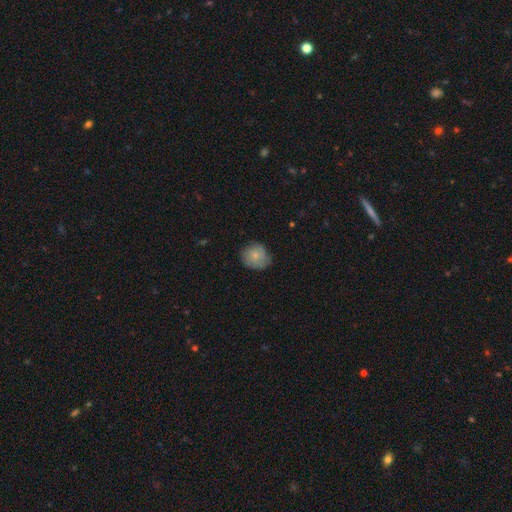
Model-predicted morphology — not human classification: Smooth or featured?
  - smooth: 70% *
  - featured or disk: 23%
  - star or artifact: 7%
How rounded?
  - round: 78% *
  - in between: 21%
  - cigar-shaped: 1%
Merging?
  - none: 69% *
  - minor disturbance: 24%
  - major disturbance: 5%
  - merger: 1%